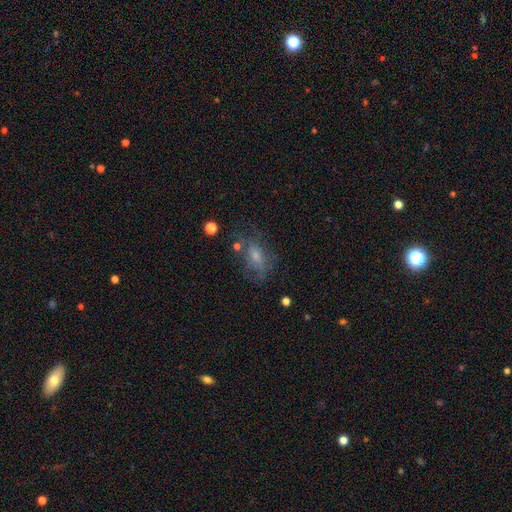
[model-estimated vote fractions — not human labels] smooth_or_featured: smooth (p=0.53) [alt: featured or disk p=0.33]
how_rounded: in between (p=0.81) [alt: round p=0.13]
merging: none (p=0.49) [alt: minor disturbance p=0.24]